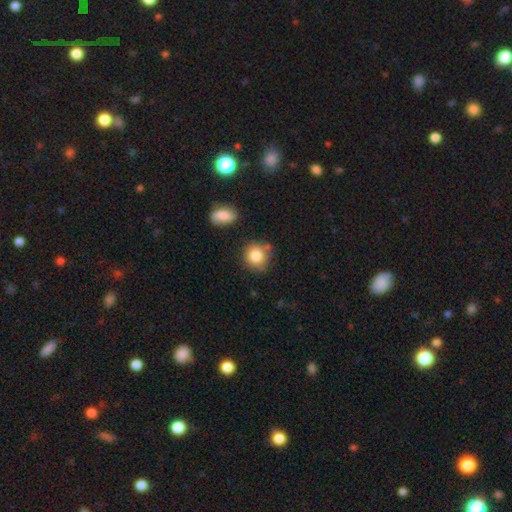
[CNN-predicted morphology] The model was most divided on "merging": none: 72%, minor disturbance: 16%, merger: 8%, major disturbance: 4%. More confident: how rounded — round (88%); smooth or featured — smooth (84%).